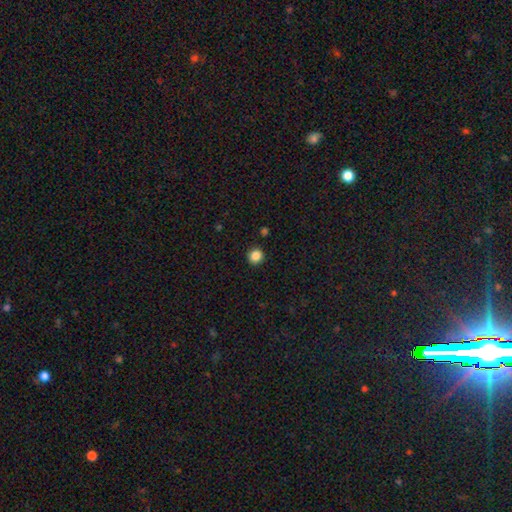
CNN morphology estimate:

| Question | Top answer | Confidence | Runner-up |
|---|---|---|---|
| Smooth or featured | smooth | 86% | star or artifact (11%) |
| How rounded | round | 89% | in between (10%) |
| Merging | none | 92% | minor disturbance (5%) |